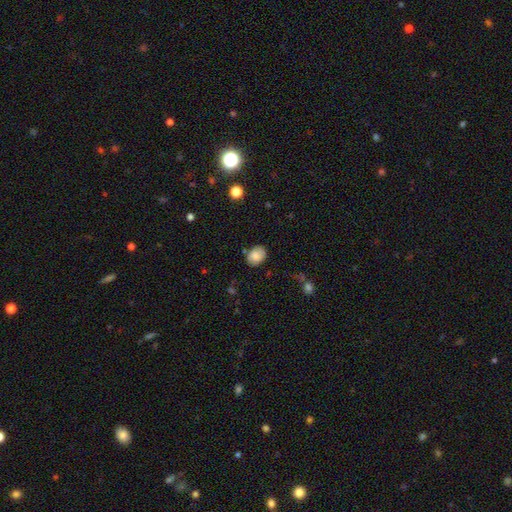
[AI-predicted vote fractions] Q: Smooth or featured?
A: smooth (79%); runner-up: featured or disk (12%)
Q: How rounded?
A: in between (56%); runner-up: round (43%)
Q: Merging?
A: none (76%); runner-up: minor disturbance (17%)